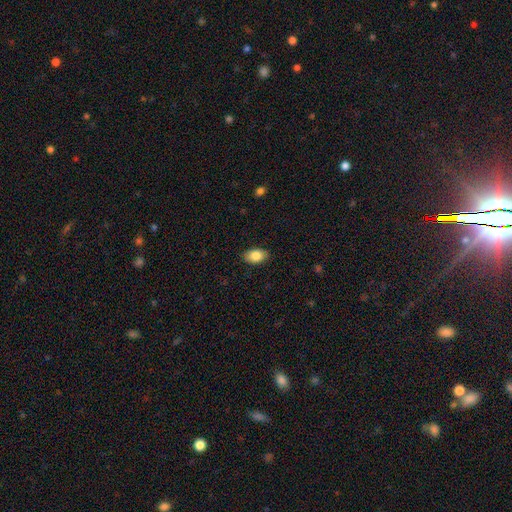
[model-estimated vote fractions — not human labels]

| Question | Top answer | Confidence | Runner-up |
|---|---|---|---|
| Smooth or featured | smooth | 85% | featured or disk (8%) |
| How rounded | in between | 91% | round (8%) |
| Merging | none | 87% | minor disturbance (10%) |